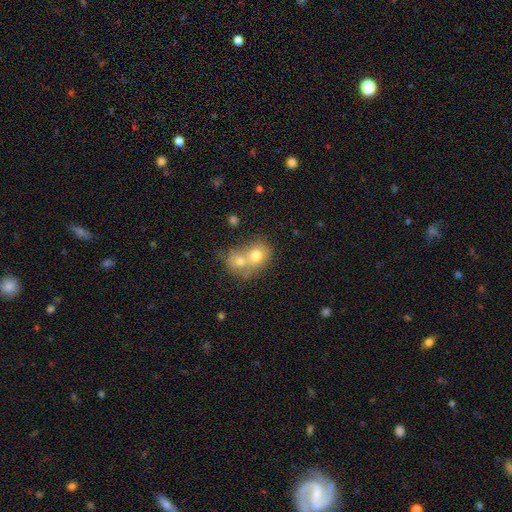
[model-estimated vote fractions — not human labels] Smooth or featured? Predicted: smooth (p=0.70). How rounded? Predicted: round (p=0.62). Merging? Predicted: merger (p=0.72).